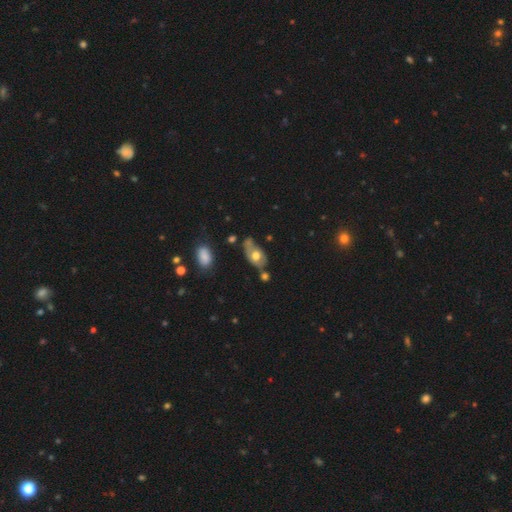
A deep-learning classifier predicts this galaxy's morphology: smooth 51%, featured or disk 42%, star or artifact 7%. Down the decision tree: how rounded — in between (87%); merging — none (38%).